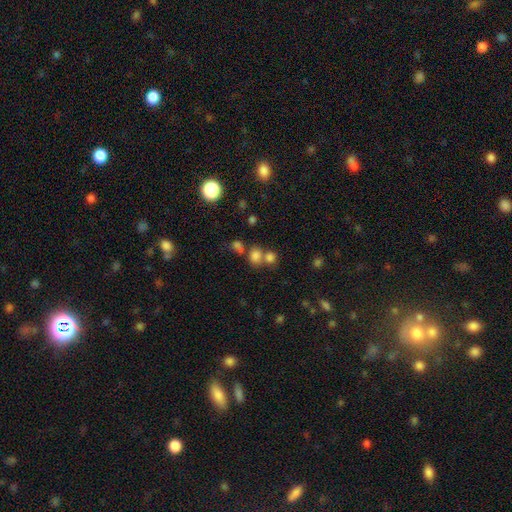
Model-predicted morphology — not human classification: A smooth galaxy with no disk features (74%) that is round (64%).

Vote fractions:
- Smooth or featured? smooth: 74% / star or artifact: 17% / featured or disk: 9%
- How rounded? round: 64% / in between: 34% / cigar-shaped: 1%
- Merging? none: 44% / merger: 42% / minor disturbance: 9% / major disturbance: 5%